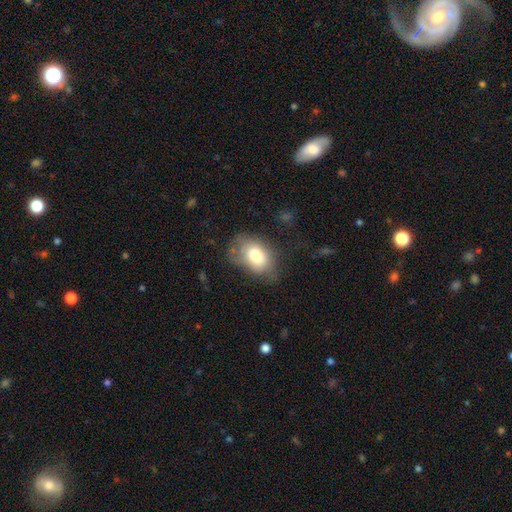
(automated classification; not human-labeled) This appears to be a smooth galaxy with no disk features (75%) that is in between round and cigar-shaped (82%). Merging: none (48%).